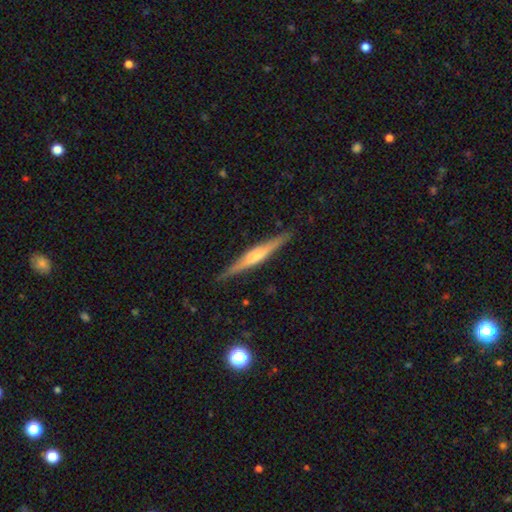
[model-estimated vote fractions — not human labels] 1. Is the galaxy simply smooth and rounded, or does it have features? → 71% featured or disk, 23% smooth, 6% star or artifact.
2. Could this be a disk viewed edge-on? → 98% yes, 2% no.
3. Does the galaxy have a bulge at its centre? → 72% rounded, 15% boxy, 13% none.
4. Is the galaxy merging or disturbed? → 90% none, 7% minor disturbance, 2% major disturbance, 1% merger.